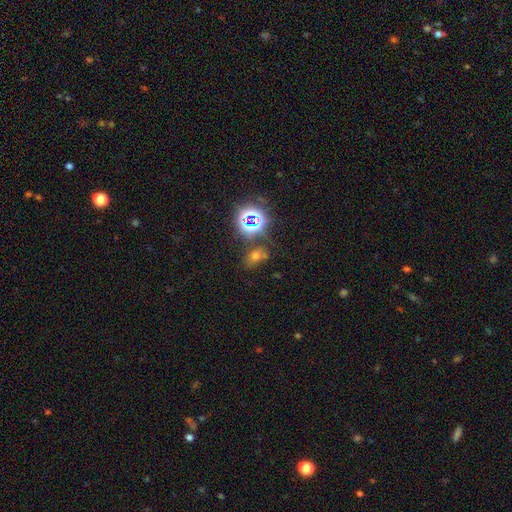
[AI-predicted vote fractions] Overall: smooth (45%; star or artifact 44%). Merging: none (70%).